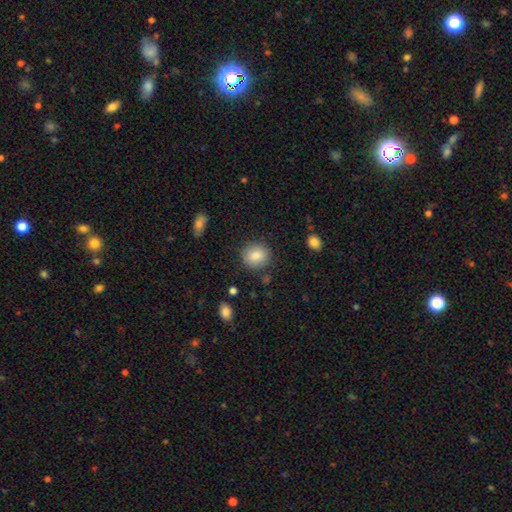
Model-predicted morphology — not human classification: The model was most divided on "how rounded": round: 79%, in between: 20%, cigar-shaped: 1%. More confident: smooth or featured — smooth (86%); merging — none (86%).